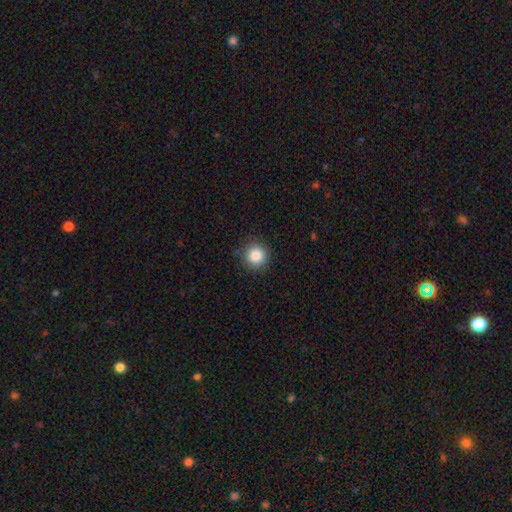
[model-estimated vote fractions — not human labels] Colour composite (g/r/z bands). It shows a smooth galaxy with no disk features (85%) that is round (94%). Merging: none (90%).